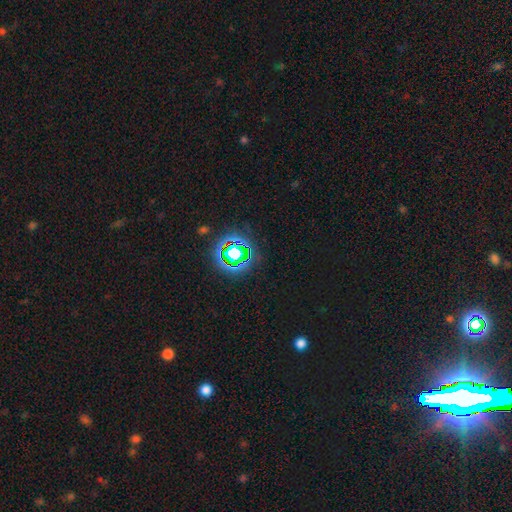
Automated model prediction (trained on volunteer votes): Smooth or featured? Predicted: star or artifact (p=0.80).